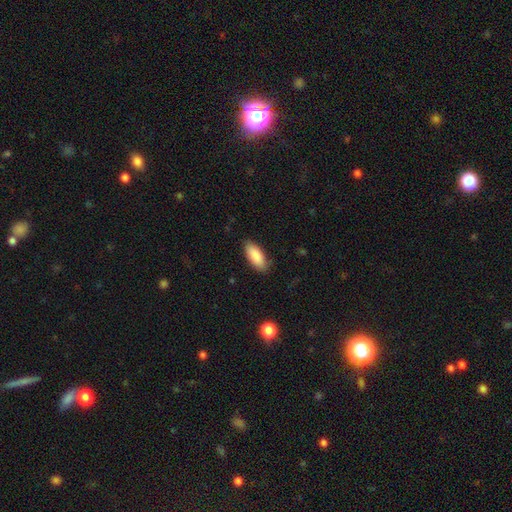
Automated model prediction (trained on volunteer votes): This appears to be a smooth galaxy with no disk features (89%) that is in between round and cigar-shaped (84%). Merging: none (84%).